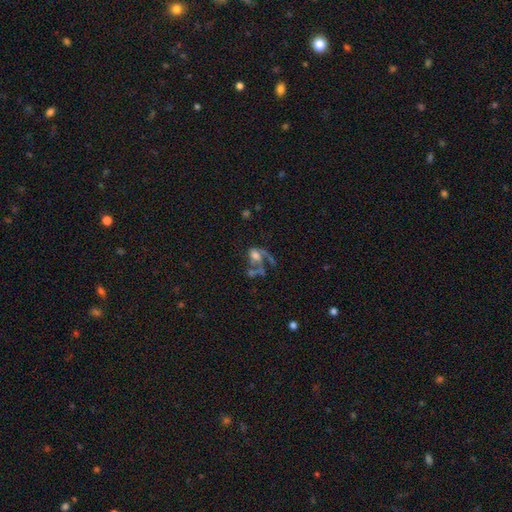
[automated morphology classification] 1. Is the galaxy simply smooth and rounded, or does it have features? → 55% featured or disk, 30% smooth, 16% star or artifact.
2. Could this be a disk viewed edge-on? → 97% no, 3% yes.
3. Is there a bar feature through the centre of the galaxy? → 71% no, 22% weak, 7% strong.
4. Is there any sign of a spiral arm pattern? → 55% yes, 45% no.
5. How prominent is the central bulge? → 36% moderate, 22% large, 20% none, 18% small, 4% dominant.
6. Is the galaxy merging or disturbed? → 41% major disturbance, 29% merger, 19% none, 11% minor disturbance.